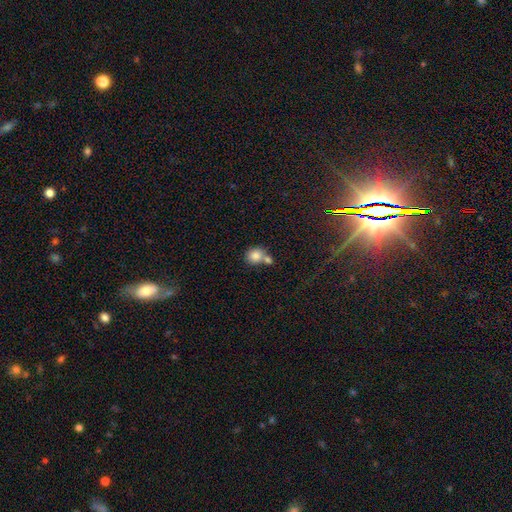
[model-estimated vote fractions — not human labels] Q: Smooth or featured?
A: smooth (81%); runner-up: star or artifact (10%)
Q: How rounded?
A: round (79%); runner-up: in between (21%)
Q: Merging?
A: none (46%); runner-up: merger (41%)